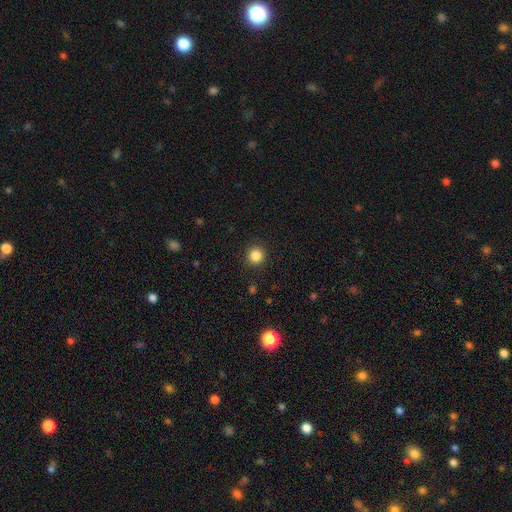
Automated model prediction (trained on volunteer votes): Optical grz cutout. It shows a smooth galaxy with no disk features (85%) that is round (93%). Merging: none (92%).